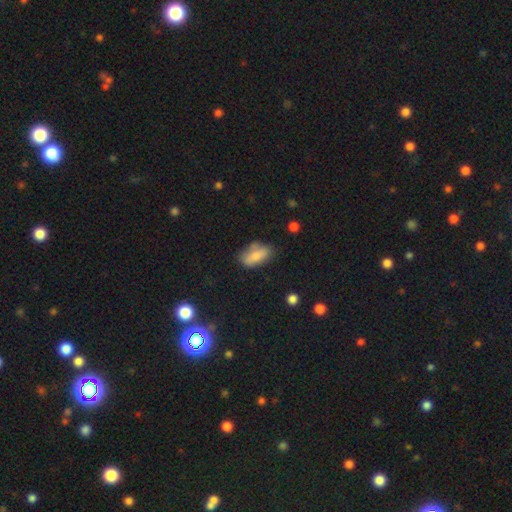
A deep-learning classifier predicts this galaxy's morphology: Smooth or featured: smooth — 74% (featured or disk — 18%)
How rounded: in between — 85% (cigar-shaped — 11%)
Merging: none — 59% (minor disturbance — 27%)